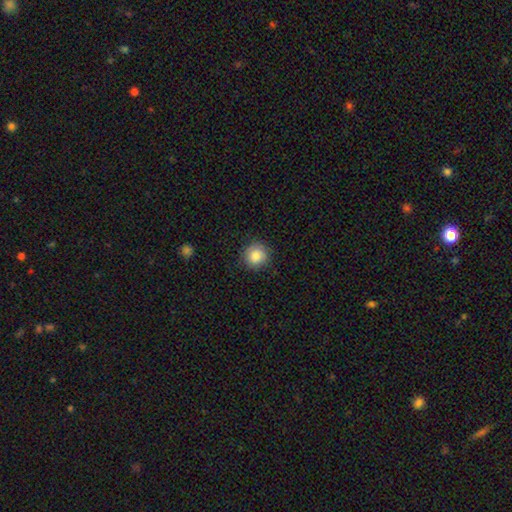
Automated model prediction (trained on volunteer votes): Smooth or featured? smooth (86%)
How rounded? round (92%)
Merging? none (86%)